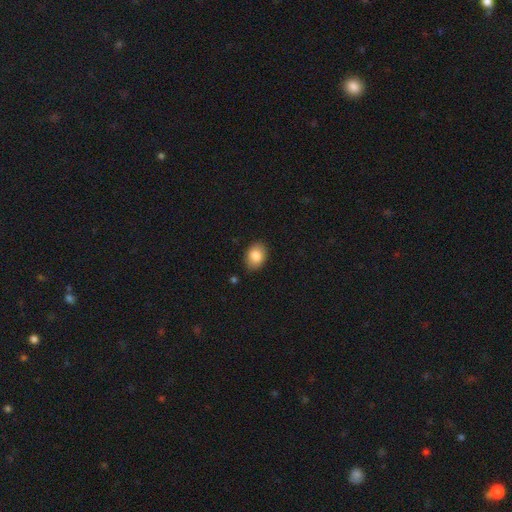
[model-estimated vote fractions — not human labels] Overall: smooth (85%). How rounded: in between (78%). Merging: none (85%).